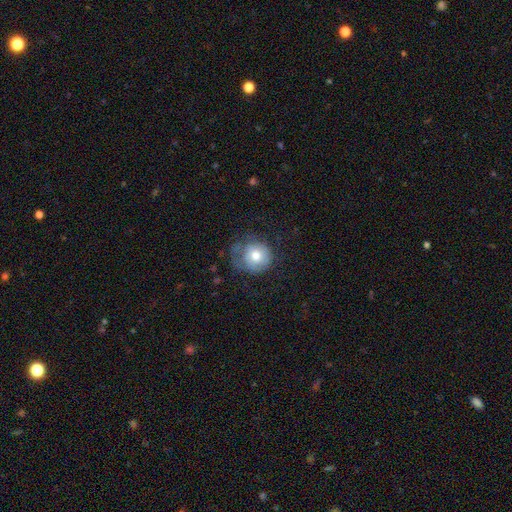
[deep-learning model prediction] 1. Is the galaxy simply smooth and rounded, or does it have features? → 63% smooth, 29% featured or disk, 8% star or artifact.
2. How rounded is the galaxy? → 87% round, 12% in between, 1% cigar-shaped.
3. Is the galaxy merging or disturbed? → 49% none, 27% minor disturbance, 22% major disturbance, 2% merger.